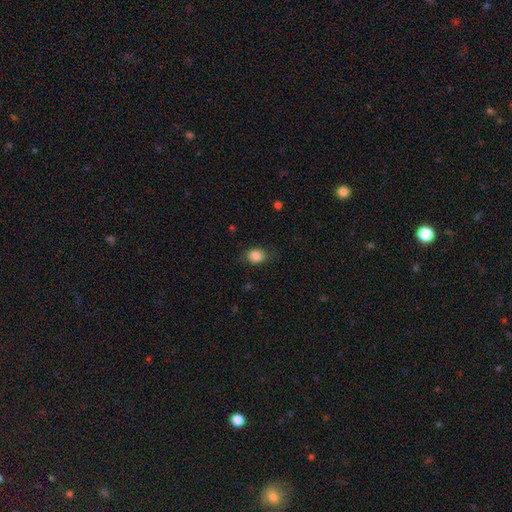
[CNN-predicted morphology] A smooth galaxy with no disk features (86%) that is in between round and cigar-shaped (54%). Merging: none (77%).